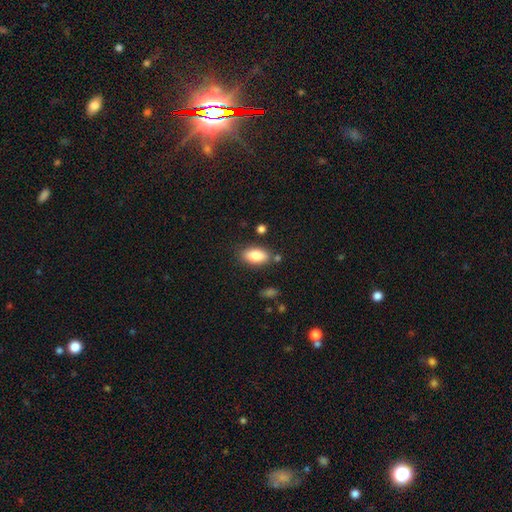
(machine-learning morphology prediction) Overall: smooth (82%). How rounded: in between (90%). Merging: none (81%).